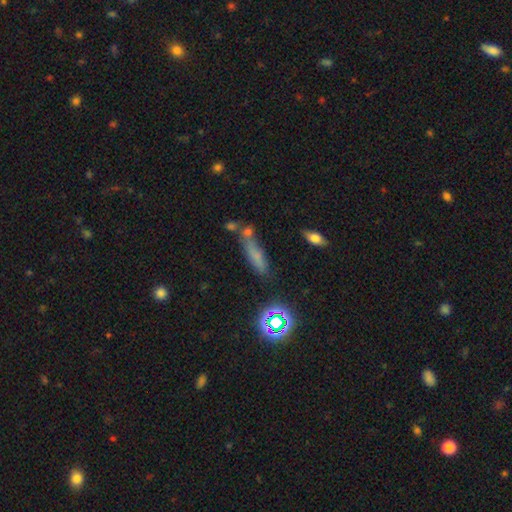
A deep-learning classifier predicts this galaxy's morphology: Overall: smooth (60%; star or artifact 23%). How rounded: cigar-shaped (72%). Merging: none (57%; merger 18%).